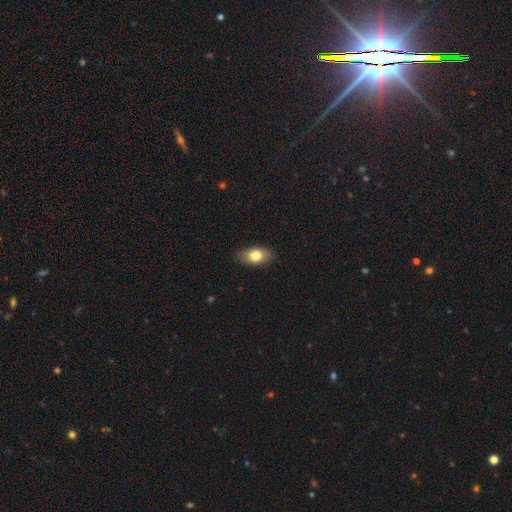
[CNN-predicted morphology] Smooth or featured: smooth — 77% (featured or disk — 15%)
How rounded: in between — 87% (round — 8%)
Merging: none — 85% (minor disturbance — 11%)